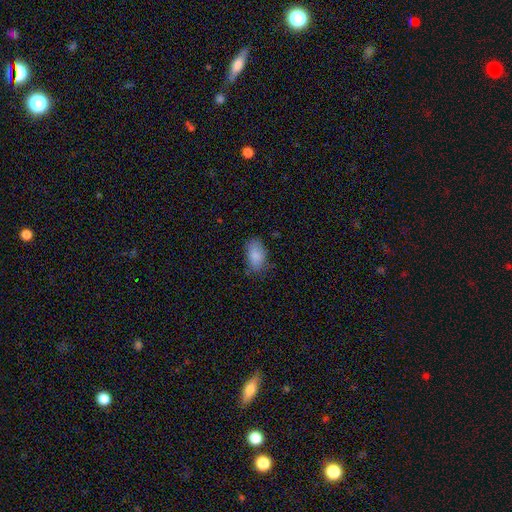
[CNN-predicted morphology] Smooth or featured? smooth (86%)
How rounded? in between (93%)
Merging? none (75%)